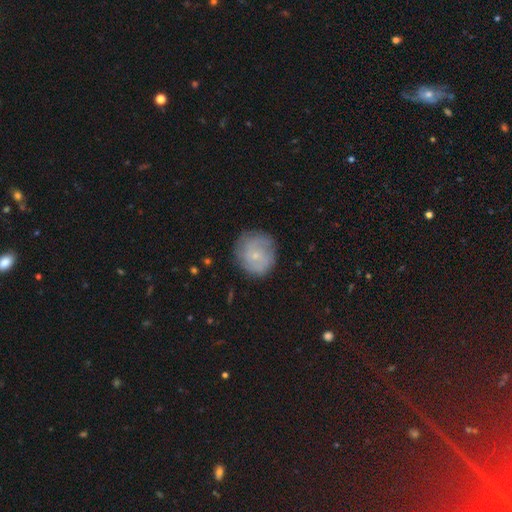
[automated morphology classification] smooth_or_featured: featured or disk (p=0.49) [alt: smooth p=0.42]
merging: none (p=0.77) [alt: minor disturbance p=0.16]